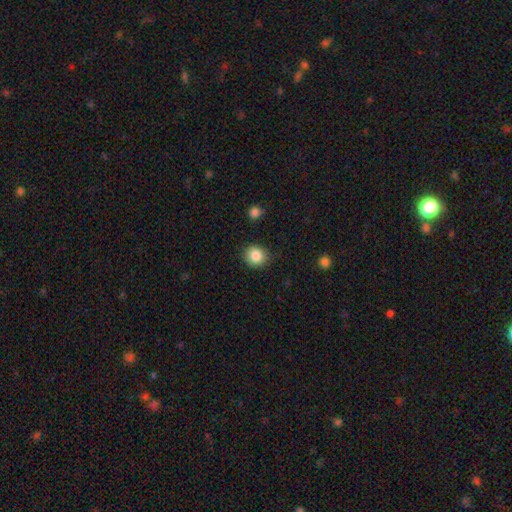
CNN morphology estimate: Smooth or featured?
  - smooth: 85% *
  - star or artifact: 10%
  - featured or disk: 5%
How rounded?
  - round: 86% *
  - in between: 13%
  - cigar-shaped: 1%
Merging?
  - none: 87% *
  - minor disturbance: 9%
  - major disturbance: 2%
  - merger: 2%